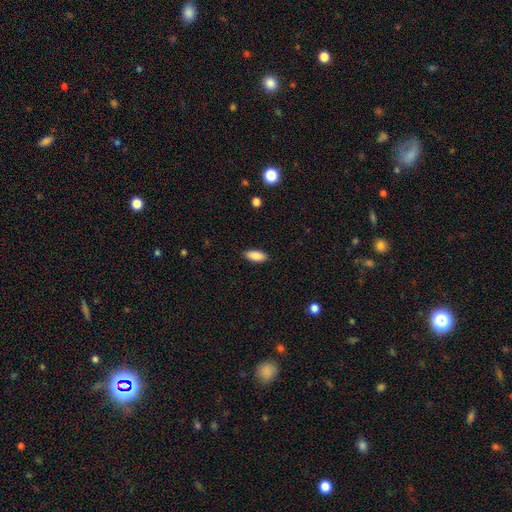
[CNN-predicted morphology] This is clearly a smooth galaxy (89%). How rounded: clearly in between (84%). Merging: clearly none (89%).